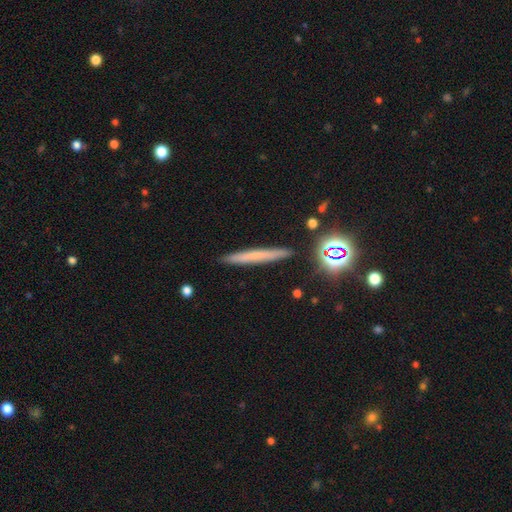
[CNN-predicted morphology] Smooth or featured? Predicted: smooth (p=0.57). How rounded? Predicted: cigar-shaped (p=0.95). Merging? Predicted: none (p=0.91).